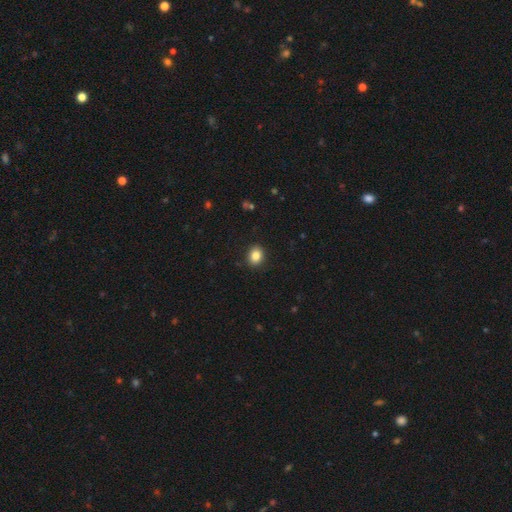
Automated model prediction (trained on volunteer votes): smooth_or_featured: smooth (p=0.85) [alt: star or artifact p=0.10]
how_rounded: round (p=0.52) [alt: in between p=0.47]
merging: none (p=0.90) [alt: minor disturbance p=0.07]